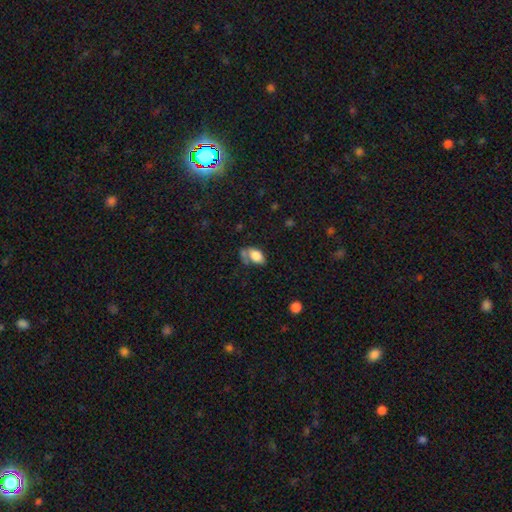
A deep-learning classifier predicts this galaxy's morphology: smooth_or_featured: smooth (p=0.78) [alt: featured or disk p=0.13]
how_rounded: in between (p=0.92) [alt: round p=0.06]
merging: none (p=0.37) [alt: minor disturbance p=0.27]